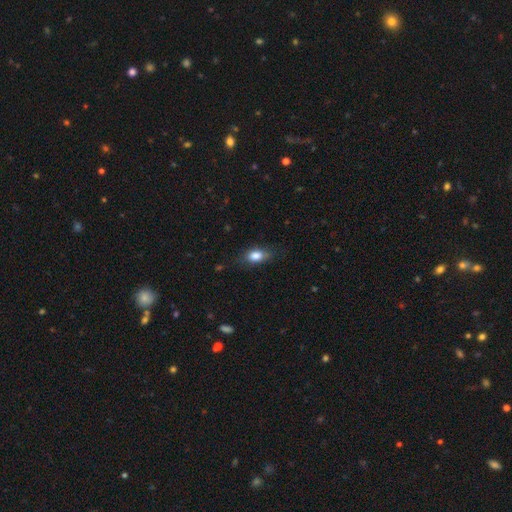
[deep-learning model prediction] Smooth or featured?
  - smooth: 82% *
  - featured or disk: 10%
  - star or artifact: 8%
How rounded?
  - in between: 82% *
  - round: 11%
  - cigar-shaped: 7%
Merging?
  - none: 73% *
  - minor disturbance: 20%
  - major disturbance: 6%
  - merger: 1%